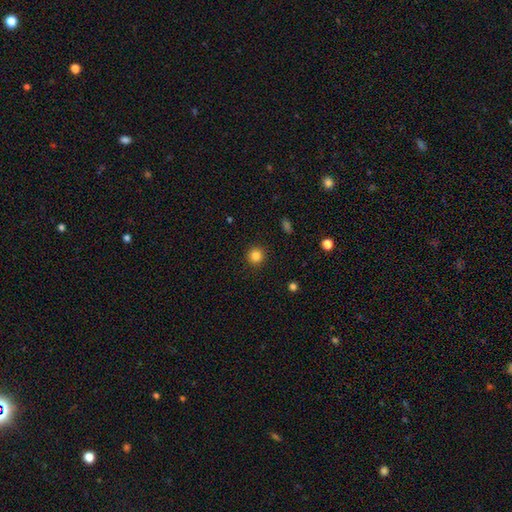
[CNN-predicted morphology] Smooth or featured? smooth (84%)
How rounded? round (93%)
Merging? none (92%)